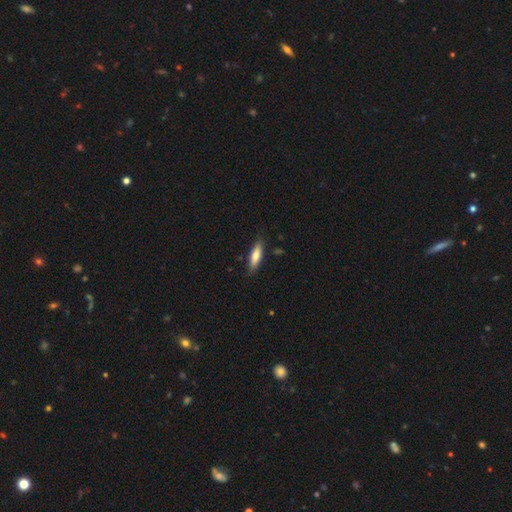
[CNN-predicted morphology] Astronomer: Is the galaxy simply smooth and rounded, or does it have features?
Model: smooth — 74%.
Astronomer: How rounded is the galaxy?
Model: cigar-shaped — 60% (runner-up: in between, 38%).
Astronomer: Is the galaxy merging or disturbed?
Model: none — 84%.